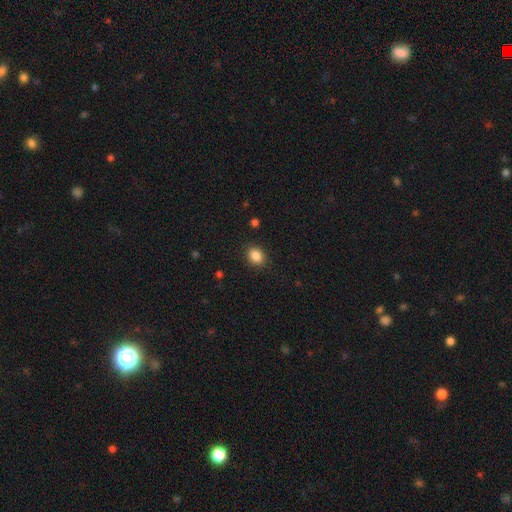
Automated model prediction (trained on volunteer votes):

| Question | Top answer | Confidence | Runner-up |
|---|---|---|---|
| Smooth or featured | smooth | 86% | star or artifact (10%) |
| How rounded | in between | 55% | round (44%) |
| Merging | none | 88% | minor disturbance (8%) |